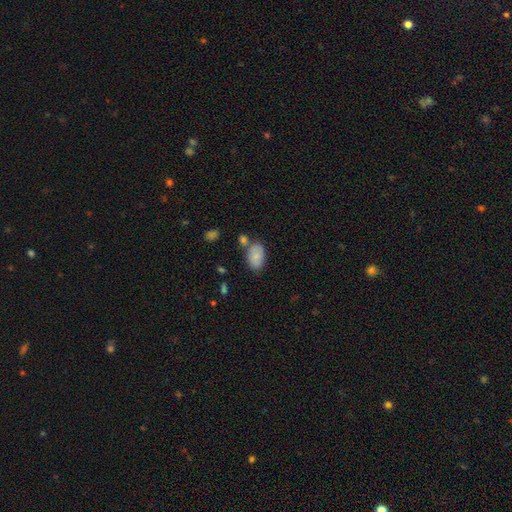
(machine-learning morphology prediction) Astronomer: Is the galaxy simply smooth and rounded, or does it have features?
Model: smooth — 80%.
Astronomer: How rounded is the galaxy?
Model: in between — 91%.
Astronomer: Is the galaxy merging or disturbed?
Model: none — 64%.